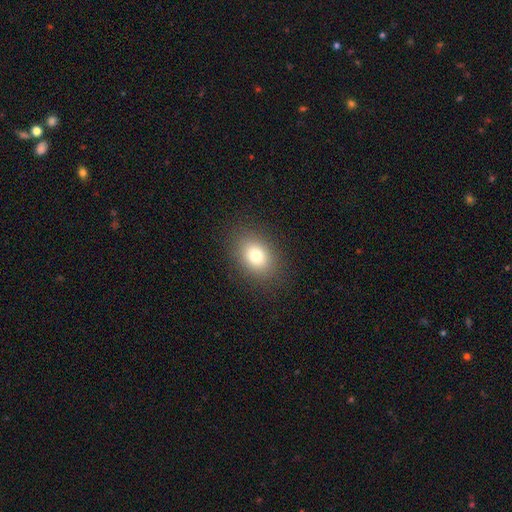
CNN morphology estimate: type=smooth (78%); roundness=in between (67%); merging=none (87%).